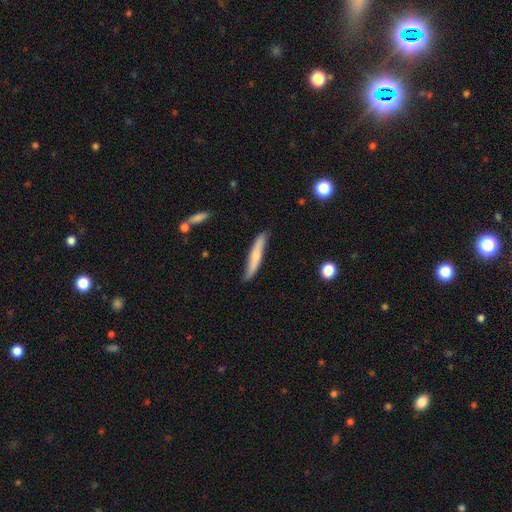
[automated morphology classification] smooth 56%, featured or disk 38%, star or artifact 6%. Down the decision tree: how rounded — cigar-shaped (92%); merging — none (78%).